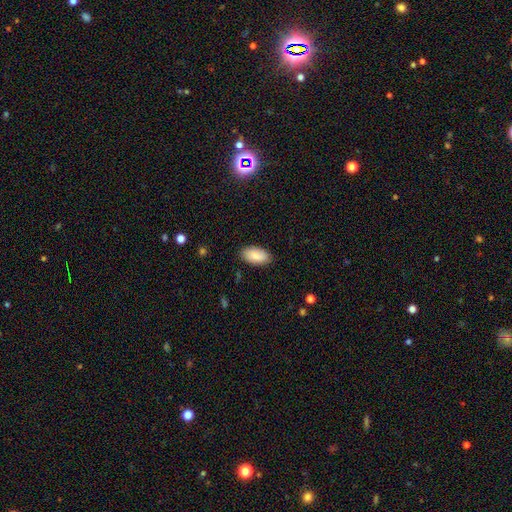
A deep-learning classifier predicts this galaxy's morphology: smooth 88%, featured or disk 6%, star or artifact 6%. Down the decision tree: how rounded — in between (95%); merging — none (87%).